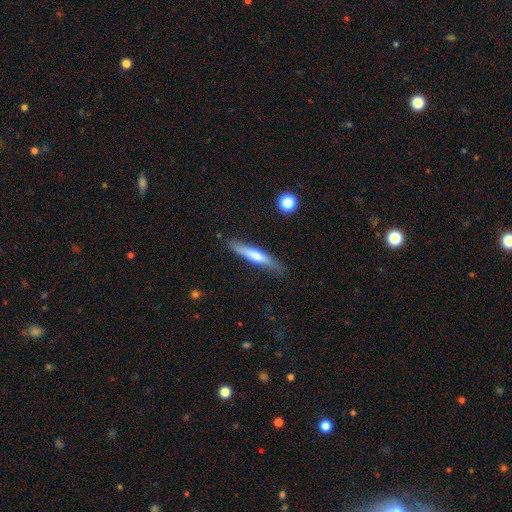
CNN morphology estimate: A smooth galaxy with no disk features (51%) that is cigar-shaped (90%).

Vote fractions:
- Smooth or featured? smooth: 51% / featured or disk: 43% / star or artifact: 6%
- How rounded? cigar-shaped: 90% / in between: 8% / round: 1%
- Merging? none: 80% / minor disturbance: 15% / major disturbance: 3% / merger: 2%